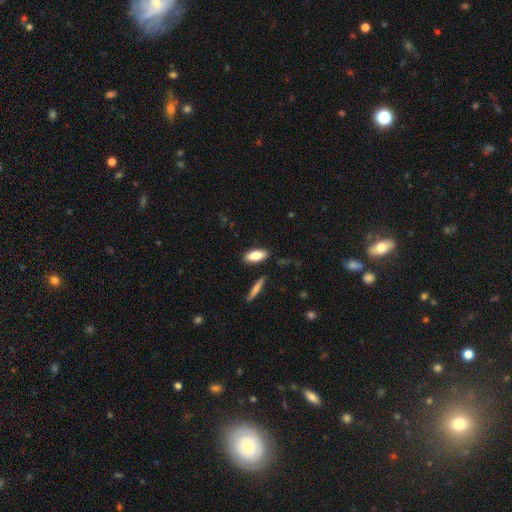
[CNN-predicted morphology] Smooth or featured? smooth (79%)
How rounded? in between (81%)
Merging? none (86%)